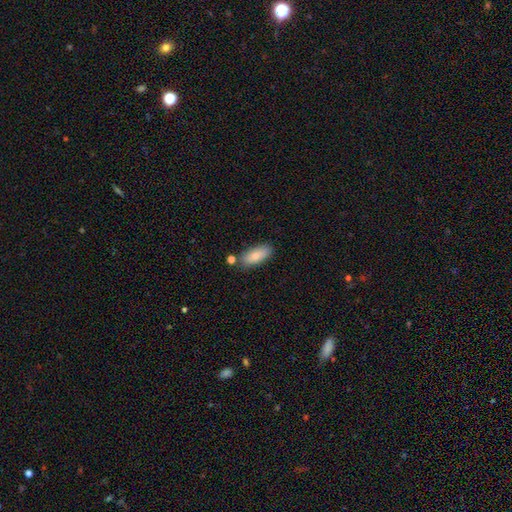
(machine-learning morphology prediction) The model was most divided on "merging": none: 74%, minor disturbance: 15%, merger: 8%, major disturbance: 3%. More confident: how rounded — in between (83%); smooth or featured — smooth (79%).